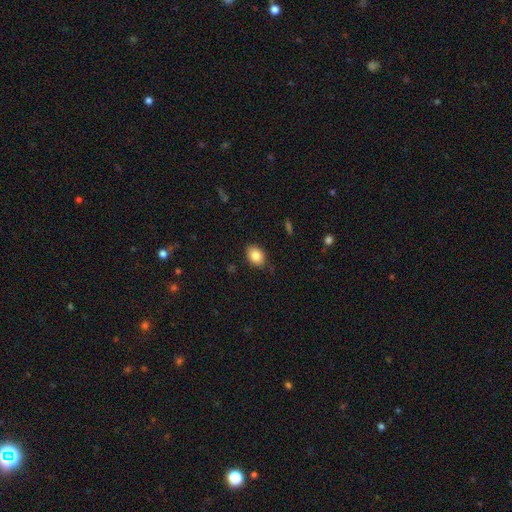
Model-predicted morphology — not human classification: Overall: smooth (84%). How rounded: in between (74%). Merging: none (82%).